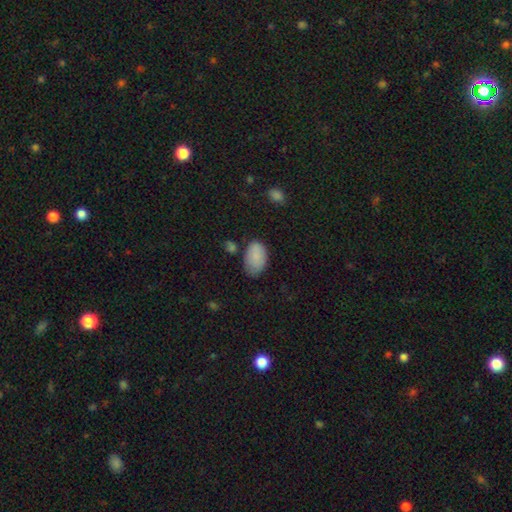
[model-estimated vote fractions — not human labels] A smooth galaxy with no disk features (86%) that is in between round and cigar-shaped (93%).

Vote fractions:
- Smooth or featured? smooth: 86% / star or artifact: 7% / featured or disk: 6%
- How rounded? in between: 93% / round: 6% / cigar-shaped: 1%
- Merging? none: 67% / minor disturbance: 23% / major disturbance: 6% / merger: 4%